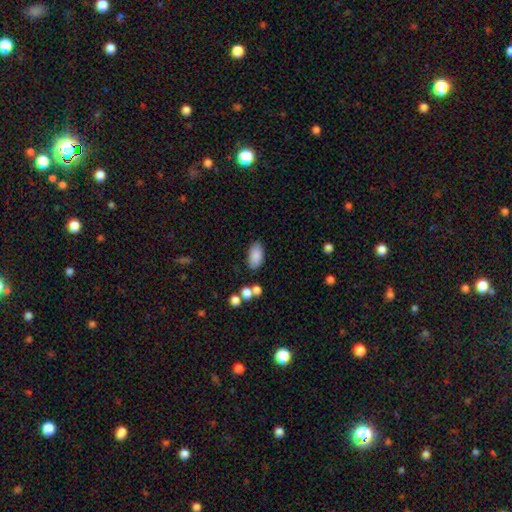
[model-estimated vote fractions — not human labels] Smooth or featured?
  - smooth: 87% *
  - star or artifact: 8%
  - featured or disk: 6%
How rounded?
  - in between: 94% *
  - round: 4%
  - cigar-shaped: 3%
Merging?
  - none: 80% *
  - minor disturbance: 12%
  - merger: 5%
  - major disturbance: 4%